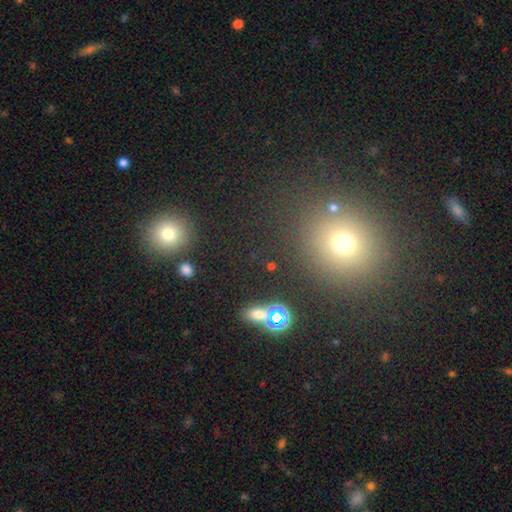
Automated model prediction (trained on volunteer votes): smooth_or_featured: smooth (p=0.51) [alt: star or artifact p=0.38]
how_rounded: round (p=0.79) [alt: in between p=0.19]
merging: none (p=0.82) [alt: minor disturbance p=0.08]